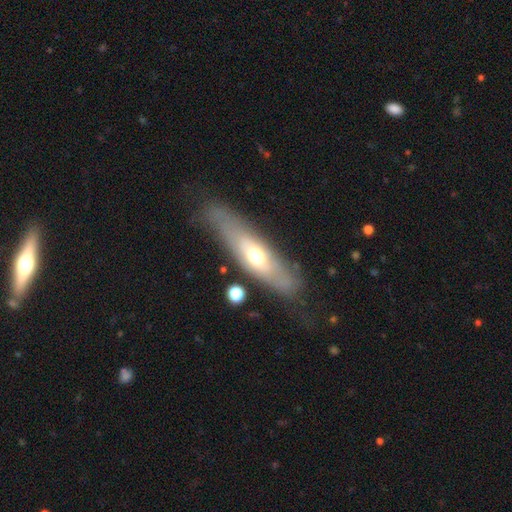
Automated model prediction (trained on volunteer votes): Morphology: type=featured or disk (51%); edge-on=no (55%); merging=none (73%).